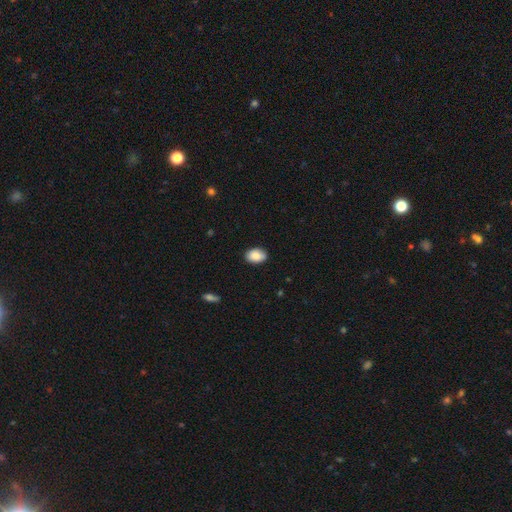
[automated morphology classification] smooth_or_featured: smooth (p=0.88) [alt: star or artifact p=0.07]
how_rounded: in between (p=0.84) [alt: round p=0.15]
merging: none (p=0.85) [alt: minor disturbance p=0.12]